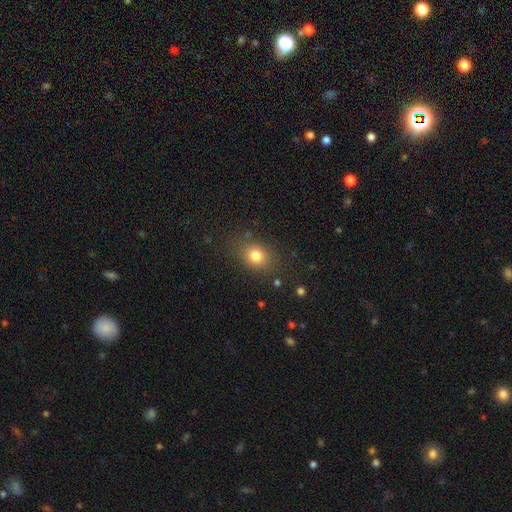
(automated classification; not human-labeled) Morphology: type=smooth (79%); roundness=round (50%); merging=none (81%).